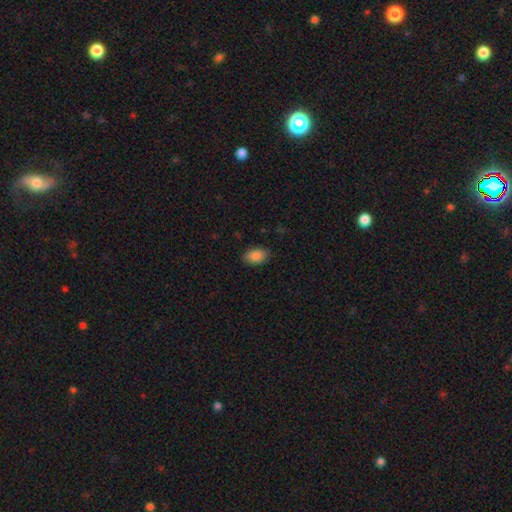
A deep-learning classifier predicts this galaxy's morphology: Smooth or featured? Predicted: smooth (p=0.88). How rounded? Predicted: in between (p=0.89). Merging? Predicted: none (p=0.87).